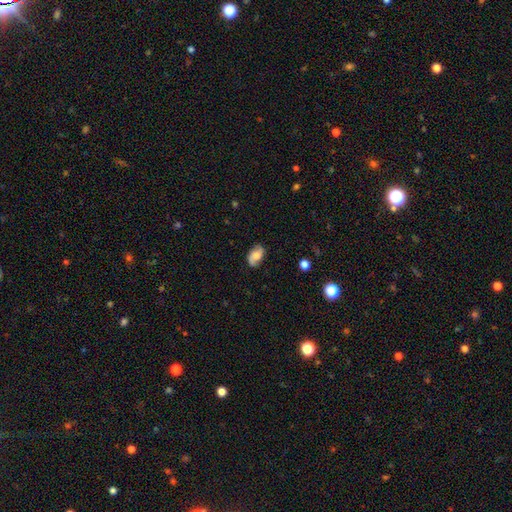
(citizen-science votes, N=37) smooth_or_featured: smooth (p=0.54) [alt: featured or disk p=0.38]
how_rounded: in between (p=0.95) [alt: round p=0.05]
merging: none (p=0.65) [alt: minor disturbance p=0.29]